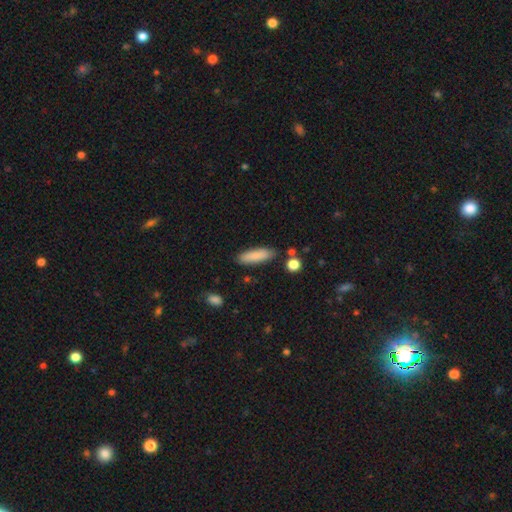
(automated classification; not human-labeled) This is clearly a smooth galaxy (85%). How rounded: possibly cigar-shaped (57%). Merging: clearly none (83%).